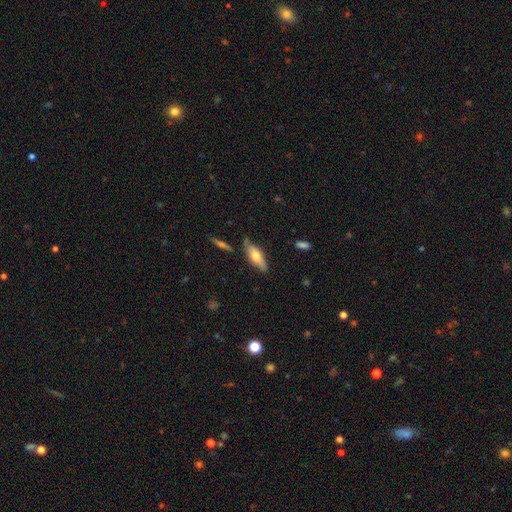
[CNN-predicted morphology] Smooth or featured: smooth — 60% (featured or disk — 34%)
How rounded: in between — 66% (cigar-shaped — 32%)
Merging: none — 73% (minor disturbance — 19%)